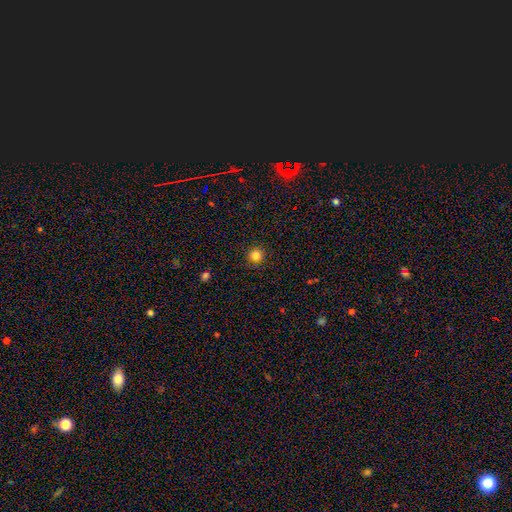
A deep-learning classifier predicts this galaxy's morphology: This is clearly a smooth galaxy (84%). How rounded: clearly round (95%). Merging: clearly none (91%).